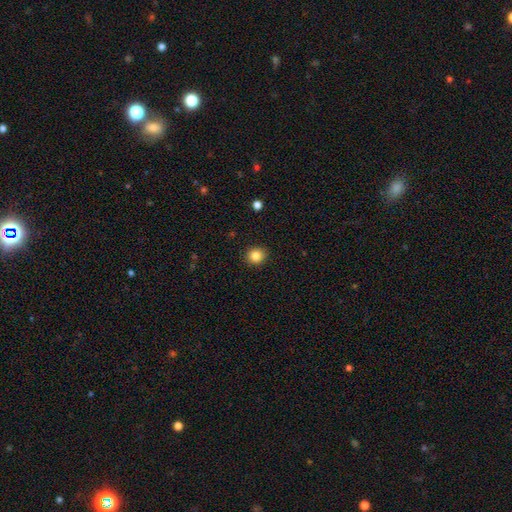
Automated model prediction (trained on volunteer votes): smooth-or-featured: smooth: 84% | star or artifact: 11% | featured or disk: 5%
  how-rounded: round: 82% | in between: 17% | cigar-shaped: 1%
  merging: none: 91% | minor disturbance: 6% | major disturbance: 2% | merger: 1%